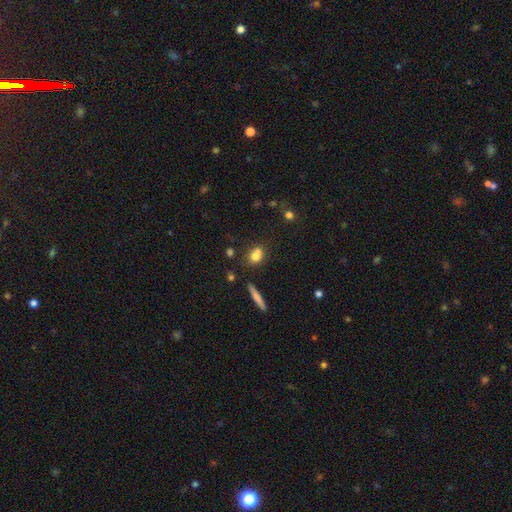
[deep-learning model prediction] Morphology: type=smooth (71%); roundness=round (51%); merging=none (45%).